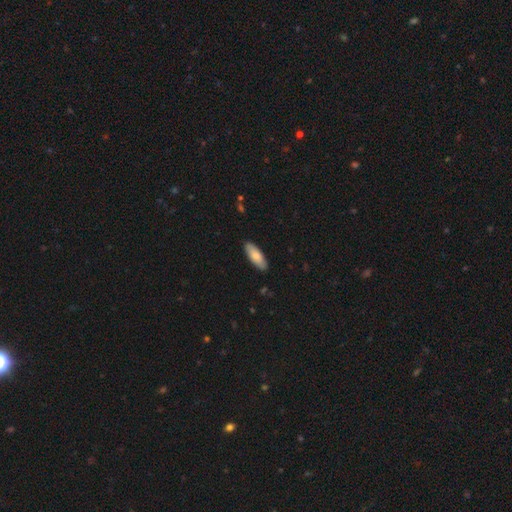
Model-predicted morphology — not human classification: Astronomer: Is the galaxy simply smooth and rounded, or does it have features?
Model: smooth — 79%.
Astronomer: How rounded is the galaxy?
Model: in between — 74%.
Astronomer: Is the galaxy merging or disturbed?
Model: none — 87%.